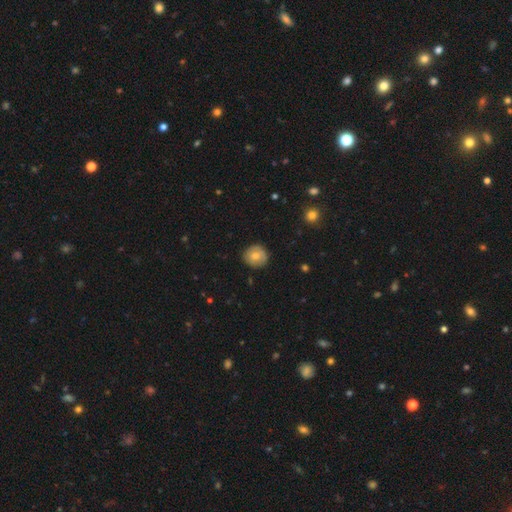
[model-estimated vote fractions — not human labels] This is likely a smooth galaxy (70%). How rounded: clearly round (90%). Merging: clearly none (84%).